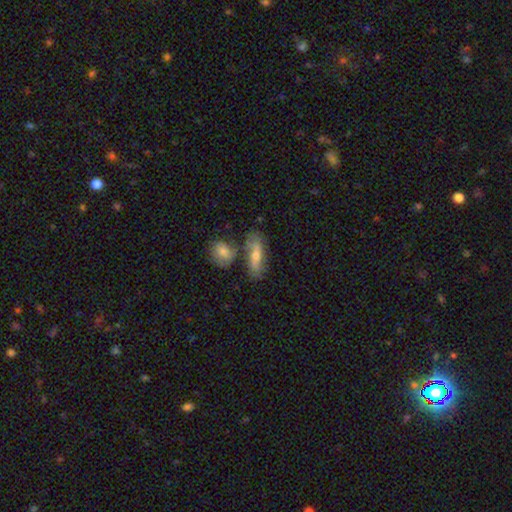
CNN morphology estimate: A smooth galaxy with no disk features (54%) that is in between round and cigar-shaped (64%). Merging: none (57%).